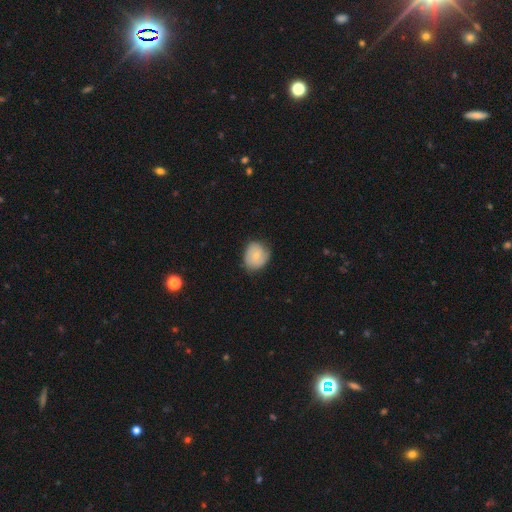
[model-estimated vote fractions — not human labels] The model was most divided on "smooth or featured": smooth: 64%, featured or disk: 29%, star or artifact: 7%. More confident: merging — none (69%); how rounded — round (68%).